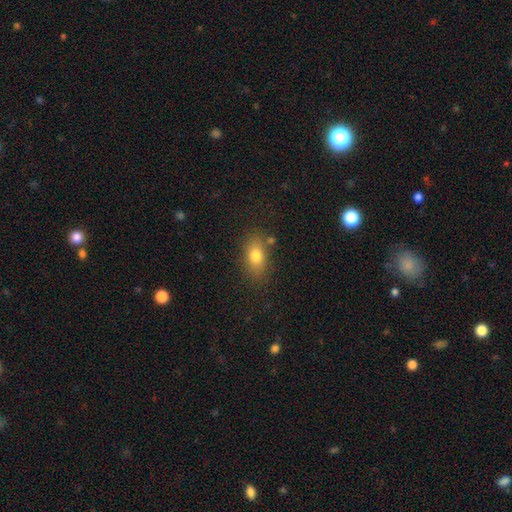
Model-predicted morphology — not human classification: smooth_or_featured: smooth (p=0.77) [alt: featured or disk p=0.12]
how_rounded: in between (p=0.81) [alt: round p=0.14]
merging: none (p=0.78) [alt: minor disturbance p=0.13]